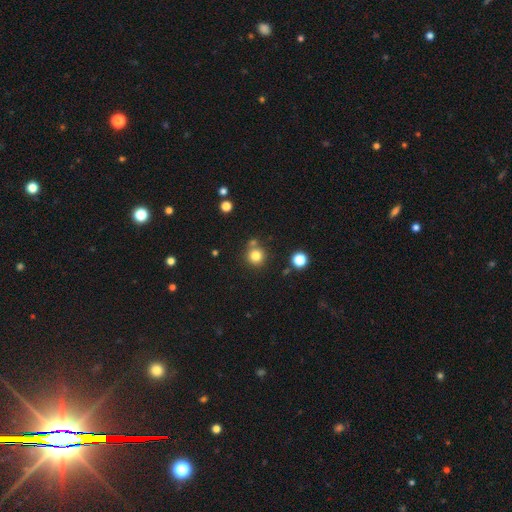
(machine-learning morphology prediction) smooth 80%, star or artifact 13%, featured or disk 7%. Down the decision tree: how rounded — round (93%); merging — none (75%).